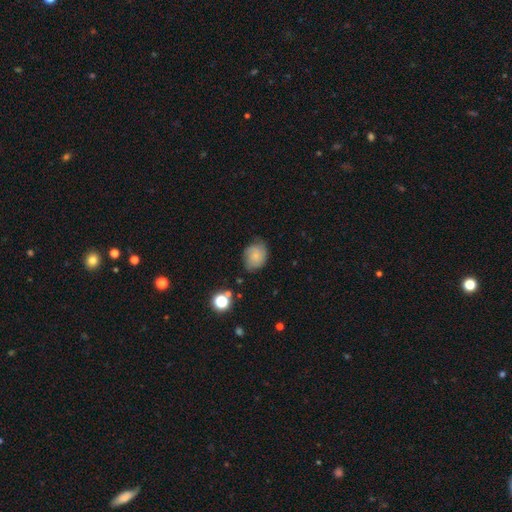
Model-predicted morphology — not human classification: A smooth galaxy with no disk features (58%) that is round (52%). Merging: none (65%).